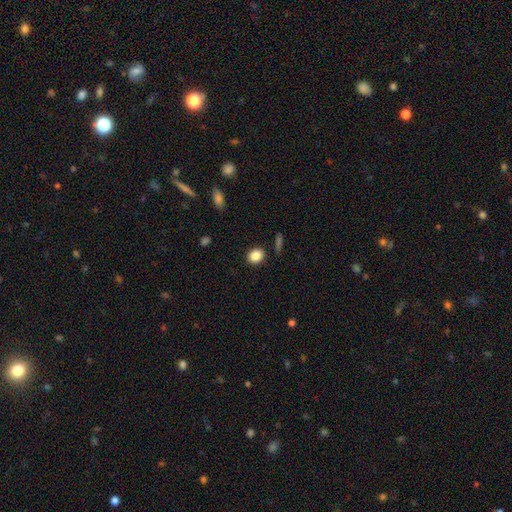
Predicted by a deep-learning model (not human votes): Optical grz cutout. It shows a smooth galaxy with no disk features (86%) that is round (62%). Merging: none (85%).